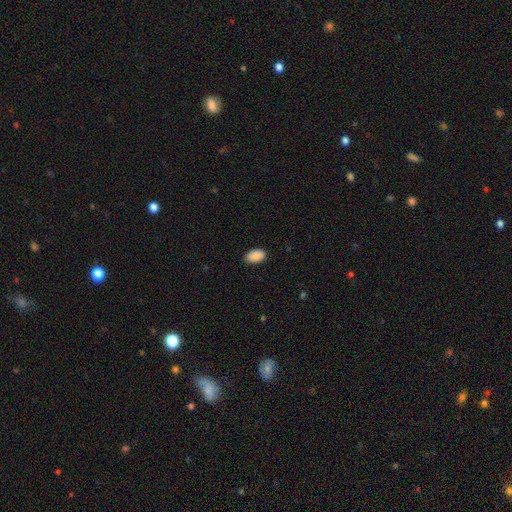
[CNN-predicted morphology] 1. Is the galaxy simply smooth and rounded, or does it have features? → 90% smooth, 7% star or artifact, 3% featured or disk.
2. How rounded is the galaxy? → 94% in between, 5% round, 1% cigar-shaped.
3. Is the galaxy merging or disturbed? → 86% none, 11% minor disturbance, 2% major disturbance, 1% merger.